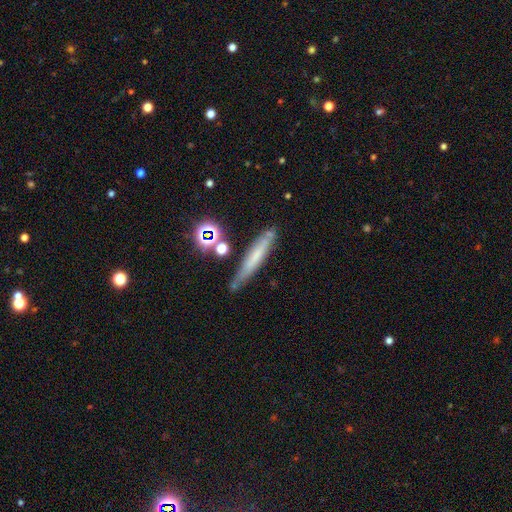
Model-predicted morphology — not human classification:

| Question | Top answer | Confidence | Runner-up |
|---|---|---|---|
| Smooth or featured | smooth | 45% | featured or disk (39%) |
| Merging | none | 70% | minor disturbance (19%) |